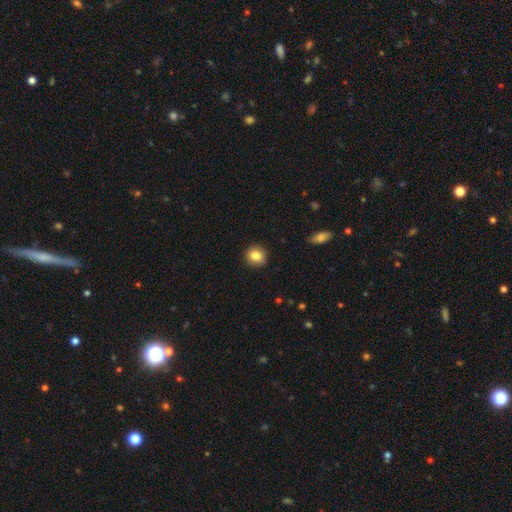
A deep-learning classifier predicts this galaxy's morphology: smooth-or-featured: smooth: 83% | star or artifact: 9% | featured or disk: 8%
  how-rounded: round: 83% | in between: 16% | cigar-shaped: 1%
  merging: none: 87% | minor disturbance: 10% | major disturbance: 2% | merger: 1%